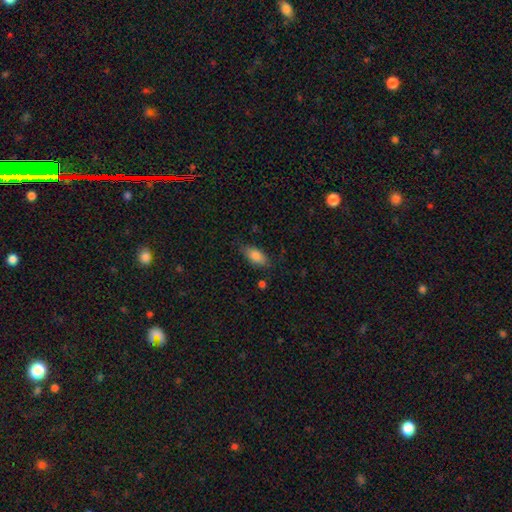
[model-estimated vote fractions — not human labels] Smooth or featured?
  - smooth: 83% *
  - featured or disk: 10%
  - star or artifact: 7%
How rounded?
  - in between: 86% *
  - cigar-shaped: 12%
  - round: 3%
Merging?
  - none: 76% *
  - minor disturbance: 18%
  - major disturbance: 4%
  - merger: 2%